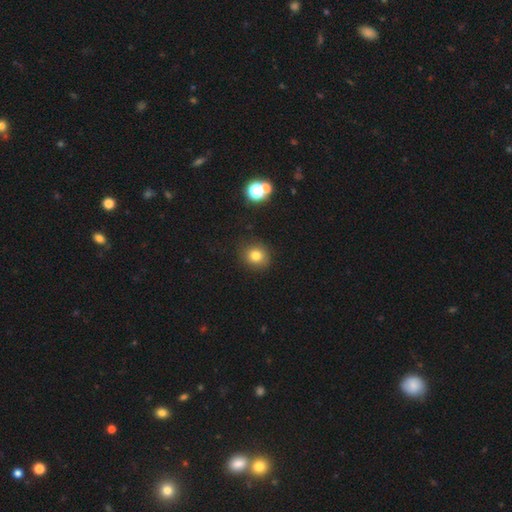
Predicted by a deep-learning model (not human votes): A smooth galaxy with no disk features (79%) that is round (80%).

Vote fractions:
- Smooth or featured? smooth: 79% / star or artifact: 14% / featured or disk: 7%
- How rounded? round: 80% / in between: 19% / cigar-shaped: 1%
- Merging? none: 87% / minor disturbance: 9% / major disturbance: 3% / merger: 2%